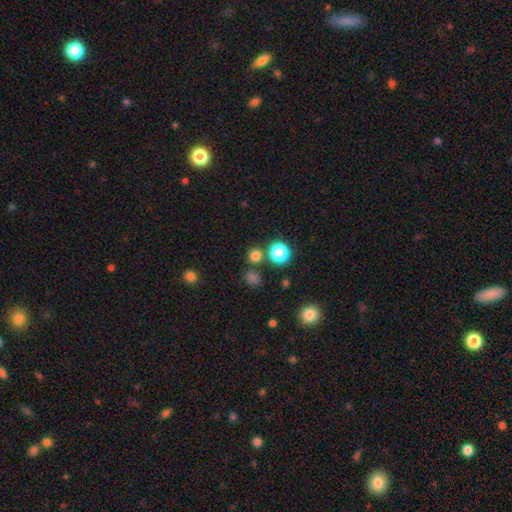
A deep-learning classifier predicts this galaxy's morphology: A smooth galaxy with no disk features (72%) that is round (89%). Merging: none (77%).